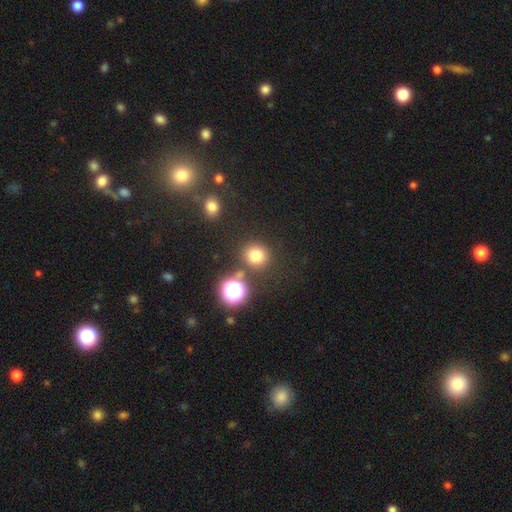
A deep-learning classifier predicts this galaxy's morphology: The model was most divided on "smooth or featured": smooth: 75%, star or artifact: 18%, featured or disk: 7%. More confident: how rounded — round (89%); merging — none (82%).